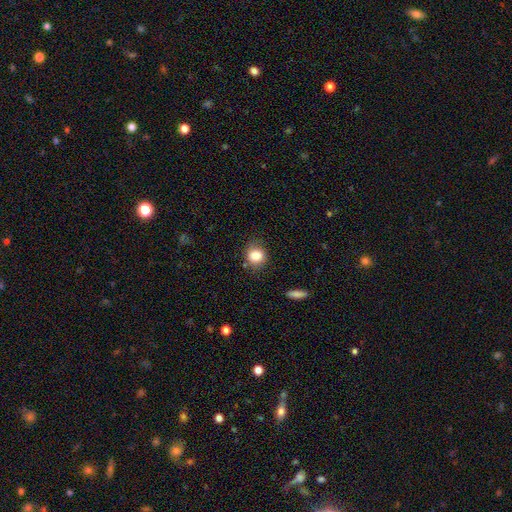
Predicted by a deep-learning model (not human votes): Smooth or featured: smooth — 83% (star or artifact — 10%)
How rounded: round — 81% (in between — 17%)
Merging: none — 75% (minor disturbance — 17%)